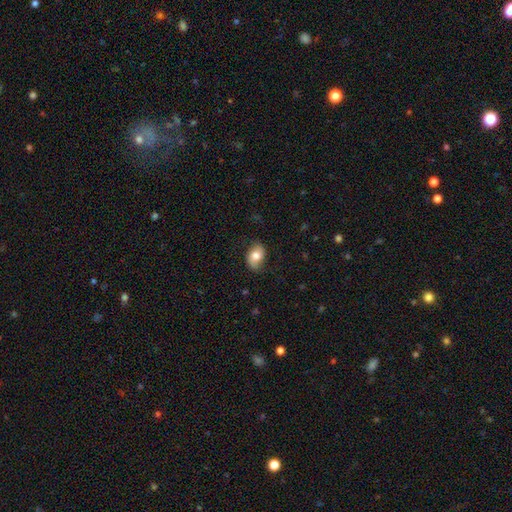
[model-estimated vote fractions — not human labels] This is likely a smooth galaxy (67%). How rounded: clearly in between (82%). Merging: likely none (75%).